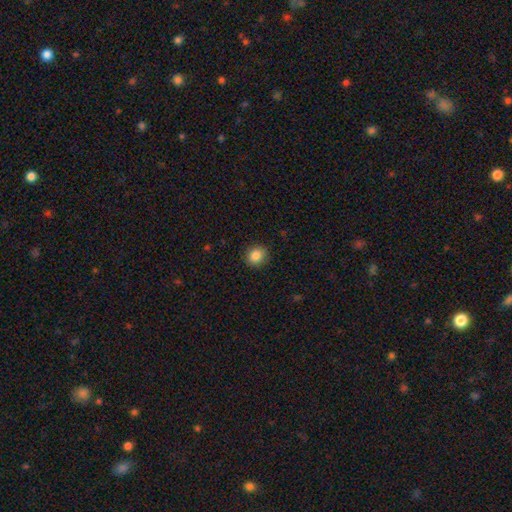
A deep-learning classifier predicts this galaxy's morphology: A smooth galaxy with no disk features (85%) that is round (83%). Merging: none (88%).